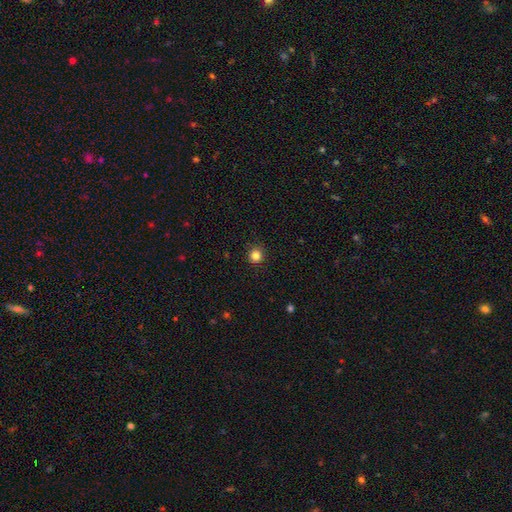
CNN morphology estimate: A smooth galaxy with no disk features (83%) that is round (93%). Merging: none (91%).